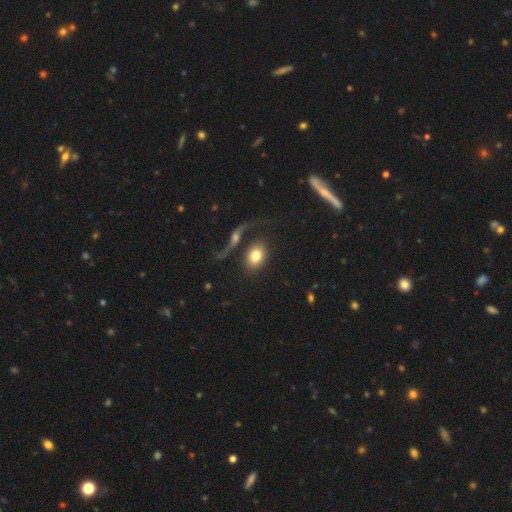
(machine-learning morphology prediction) This is likely a smooth galaxy (76%). How rounded: likely in between (69%). Merging: possibly none (60%).